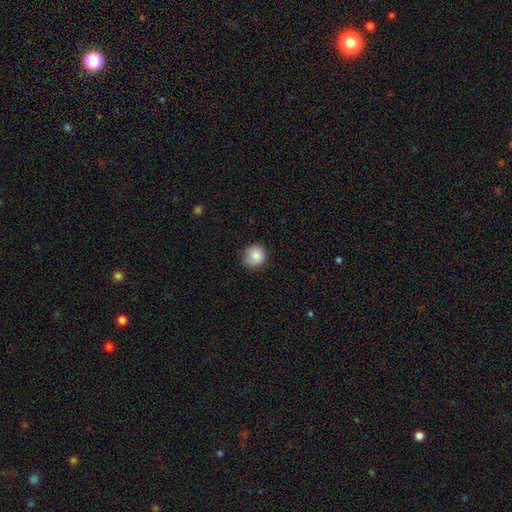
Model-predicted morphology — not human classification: Overall: smooth (86%). How rounded: round (91%). Merging: none (81%).